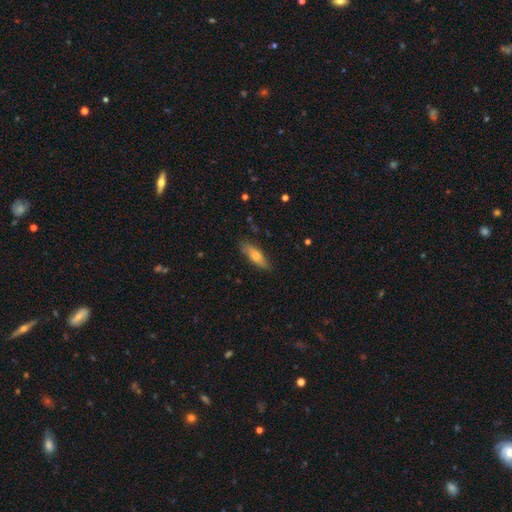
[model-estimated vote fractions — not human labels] A smooth galaxy with no disk features (73%) that is in between round and cigar-shaped (51%).

Vote fractions:
- Smooth or featured? smooth: 73% / featured or disk: 21% / star or artifact: 7%
- How rounded? in between: 51% / cigar-shaped: 48% / round: 2%
- Merging? none: 77% / minor disturbance: 17% / major disturbance: 4% / merger: 1%